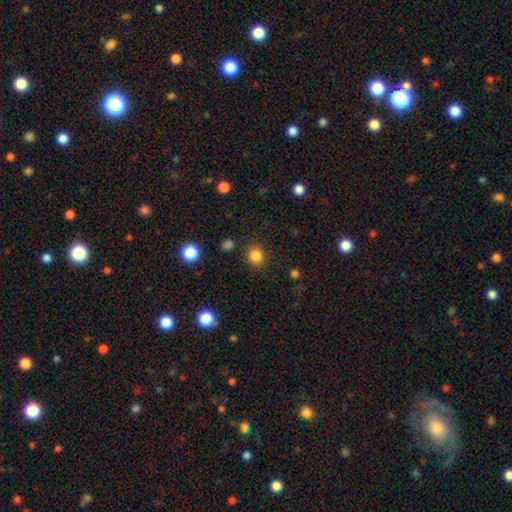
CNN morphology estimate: This appears to be a smooth galaxy with no disk features (83%) that is round (81%). Merging: none (87%).